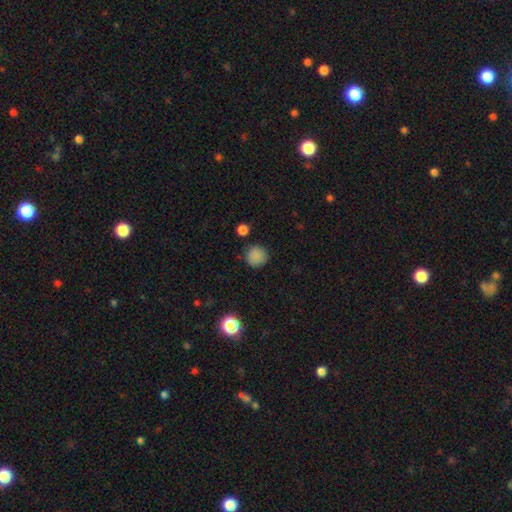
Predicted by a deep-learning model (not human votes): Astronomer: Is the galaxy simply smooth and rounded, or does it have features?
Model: smooth — 85%.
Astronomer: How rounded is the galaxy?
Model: round — 93%.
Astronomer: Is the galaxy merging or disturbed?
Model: none — 85%.